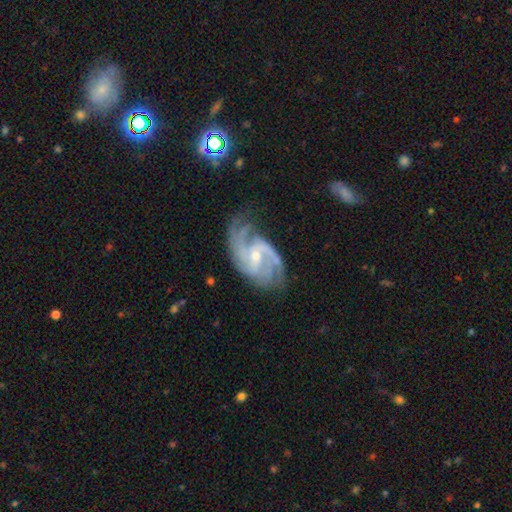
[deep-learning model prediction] Smooth or featured? Predicted: featured or disk (p=0.90). Edge-on disk? Predicted: no (p=0.97). Bar? Predicted: weak (p=0.48). Spiral arms? Predicted: yes (p=0.98). Spiral winding? Predicted: medium (p=0.50). Spiral arm count? Predicted: 2 (p=0.41). Bulge size? Predicted: small (p=0.62). Merging? Predicted: none (p=0.63).